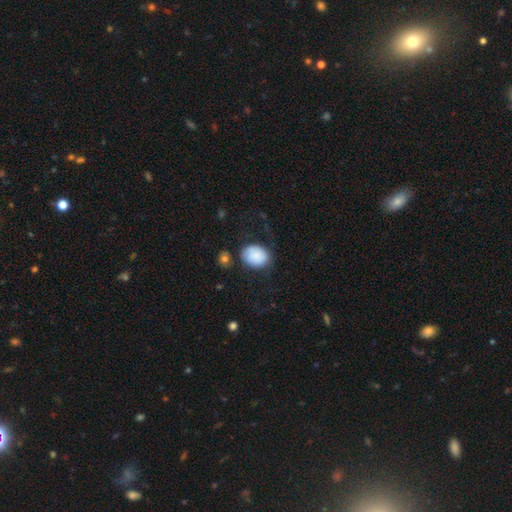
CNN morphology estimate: This is clearly a smooth galaxy (83%). How rounded: likely in between (64%). Merging: possibly none (59%).